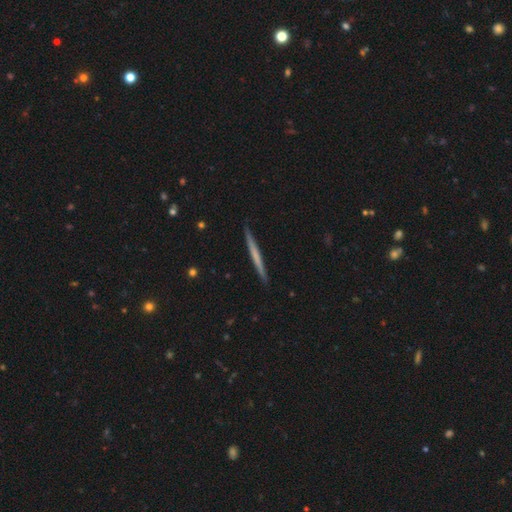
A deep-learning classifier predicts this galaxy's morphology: This appears to be a smooth galaxy with no disk features (49%). Merging: none (91%).